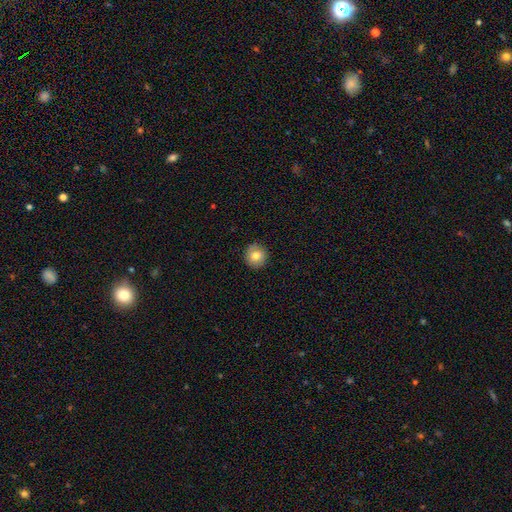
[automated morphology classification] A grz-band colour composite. It shows a smooth galaxy with no disk features (78%) that is round (94%). Merging: none (89%).